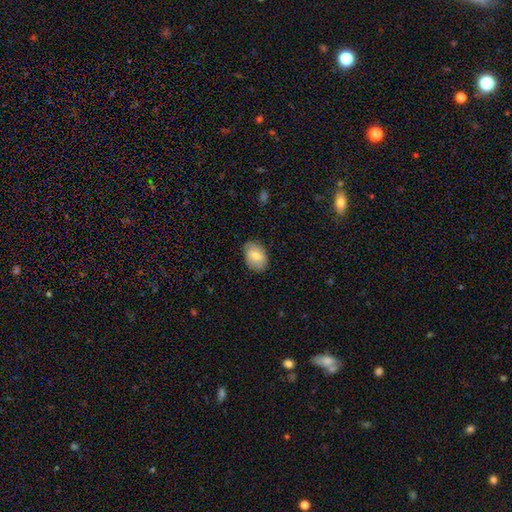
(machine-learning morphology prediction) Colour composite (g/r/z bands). It shows a smooth galaxy with no disk features (75%) that is in between round and cigar-shaped (83%). Merging: none (78%).